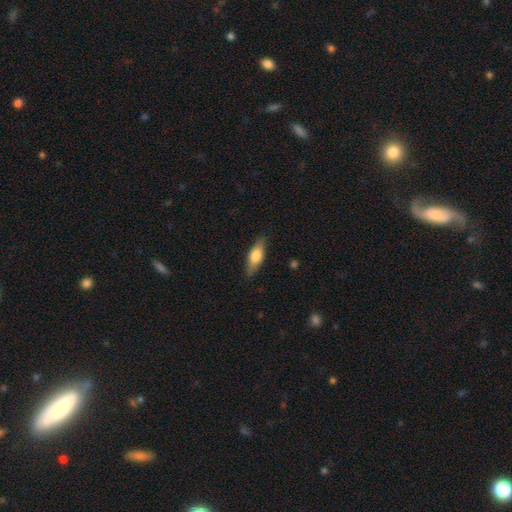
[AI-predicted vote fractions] Smooth or featured? Predicted: smooth (p=0.61). How rounded? Predicted: in between (p=0.62). Merging? Predicted: none (p=0.84).